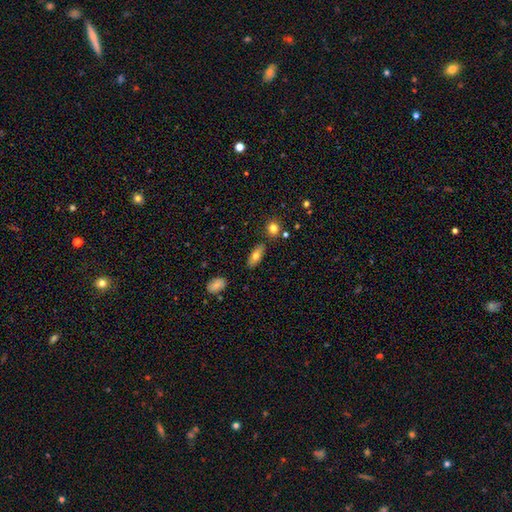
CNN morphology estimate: Smooth or featured?
  - smooth: 72% *
  - featured or disk: 20%
  - star or artifact: 8%
How rounded?
  - in between: 78% *
  - cigar-shaped: 18%
  - round: 4%
Merging?
  - none: 83% *
  - minor disturbance: 11%
  - merger: 4%
  - major disturbance: 2%